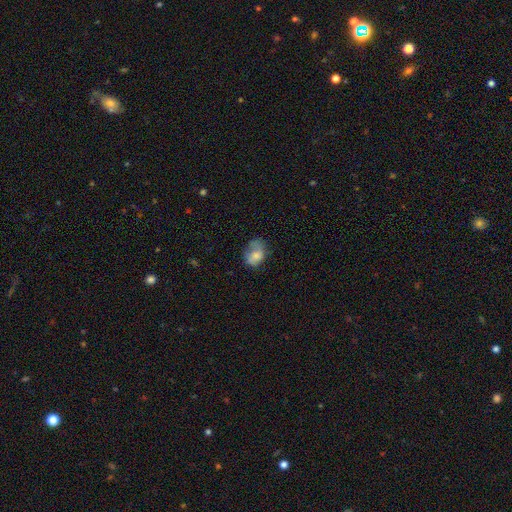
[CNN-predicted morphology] This is likely a smooth galaxy (67%). How rounded: likely in between (67%). Merging: marginally none (37%).